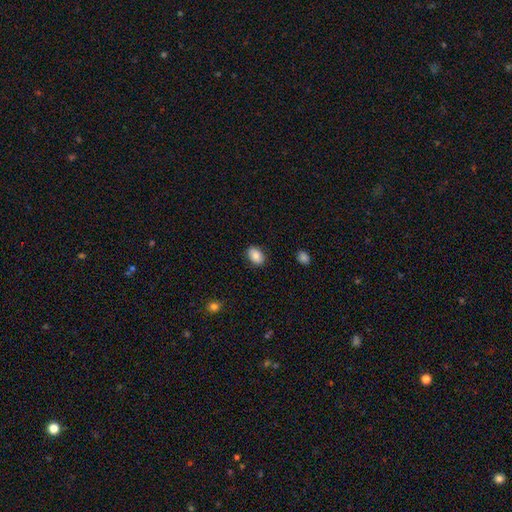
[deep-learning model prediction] A smooth galaxy with no disk features (83%) that is in between round and cigar-shaped (86%). Merging: none (86%).